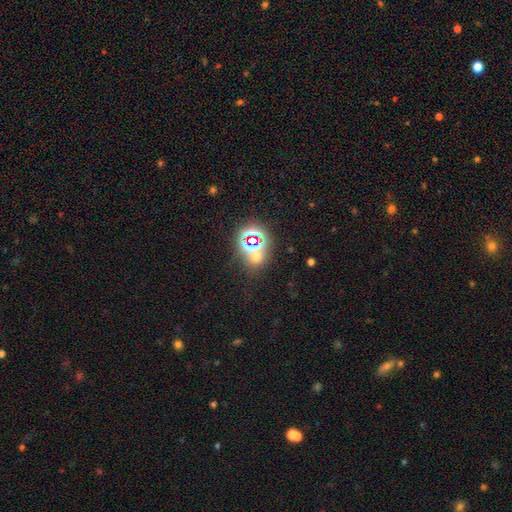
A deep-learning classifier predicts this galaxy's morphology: Overall: star or artifact (53%; smooth 38%).